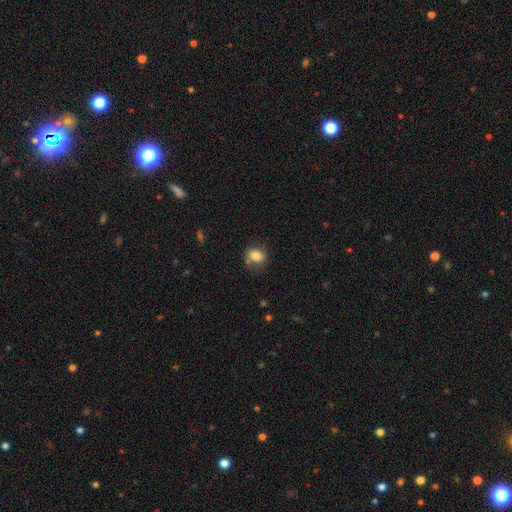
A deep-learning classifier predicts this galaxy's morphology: smooth 81%, featured or disk 10%, star or artifact 9%. Down the decision tree: how rounded — in between (57%); merging — none (67%).